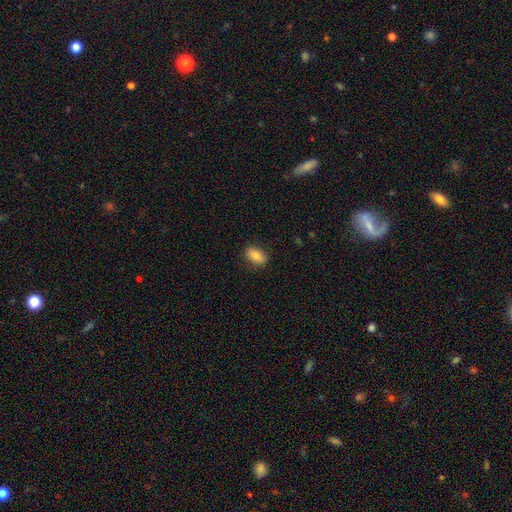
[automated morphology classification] smooth_or_featured: smooth (p=0.82) [alt: featured or disk p=0.10]
how_rounded: in between (p=0.89) [alt: round p=0.08]
merging: none (p=0.87) [alt: minor disturbance p=0.10]